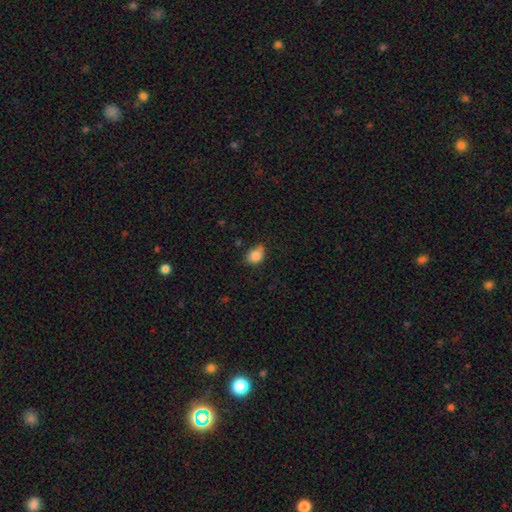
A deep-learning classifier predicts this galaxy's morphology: smooth_or_featured: smooth (p=0.84) [alt: star or artifact p=0.10]
how_rounded: in between (p=0.50) [alt: round p=0.49]
merging: none (p=0.54) [alt: minor disturbance p=0.32]